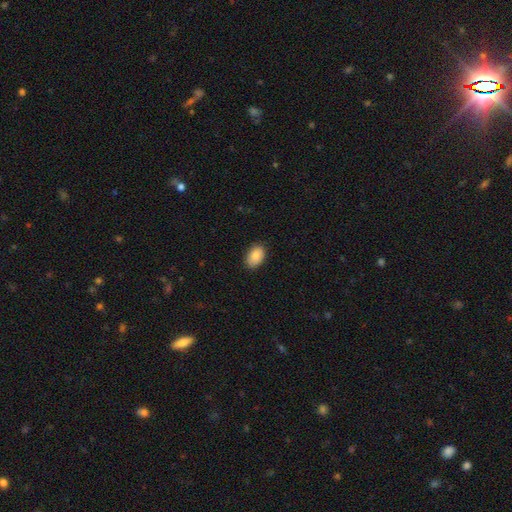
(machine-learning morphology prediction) This is clearly a smooth galaxy (88%). How rounded: clearly in between (90%). Merging: clearly none (86%).